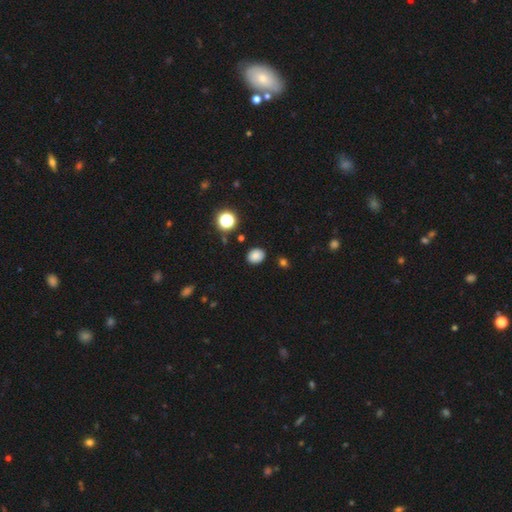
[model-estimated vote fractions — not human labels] Morphology: type=smooth (83%); roundness=round (54%); merging=none (87%).